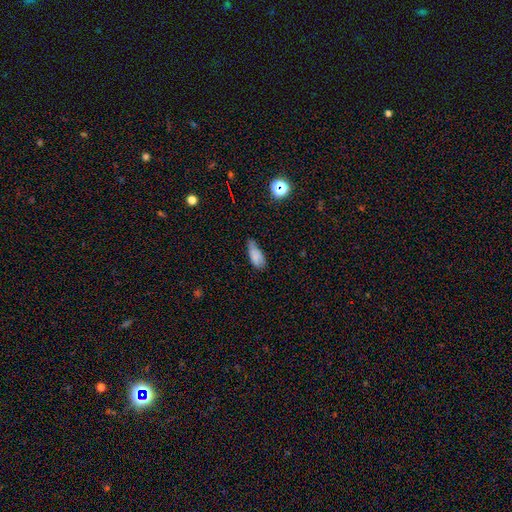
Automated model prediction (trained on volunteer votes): smooth_or_featured: smooth (p=0.78) [alt: featured or disk p=0.12]
how_rounded: in between (p=0.82) [alt: cigar-shaped p=0.15]
merging: minor disturbance (p=0.43) [tied with: none p=0.43]